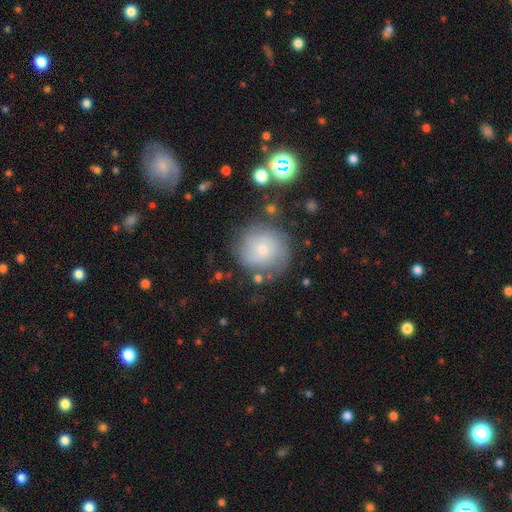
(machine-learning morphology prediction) Overall: featured or disk (48%; smooth 42%). Merging: none (72%).